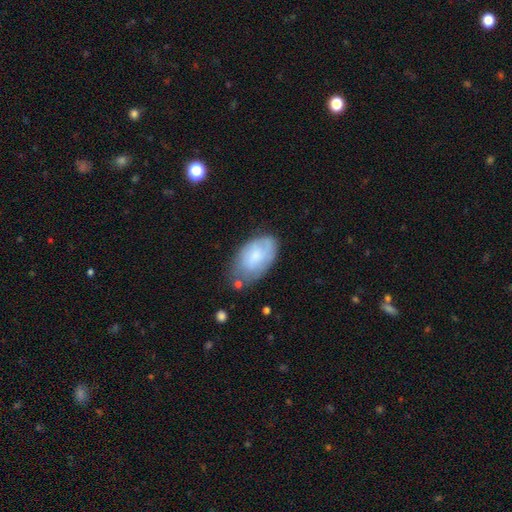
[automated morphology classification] Overall: smooth (67%; featured or disk 27%). How rounded: in between (94%). Merging: none (59%; minor disturbance 28%).